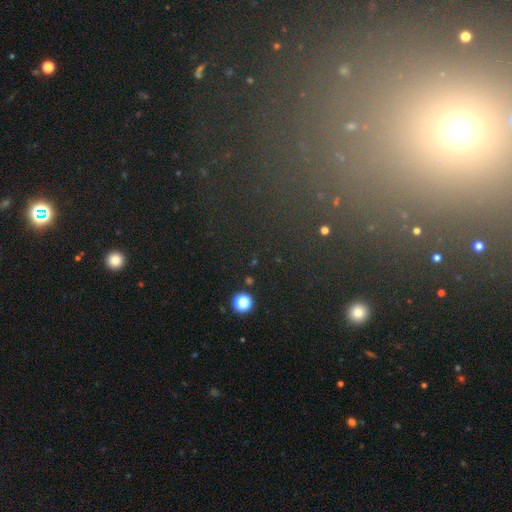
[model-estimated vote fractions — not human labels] smooth-or-featured: star or artifact: 58% | smooth: 29% | featured or disk: 14%